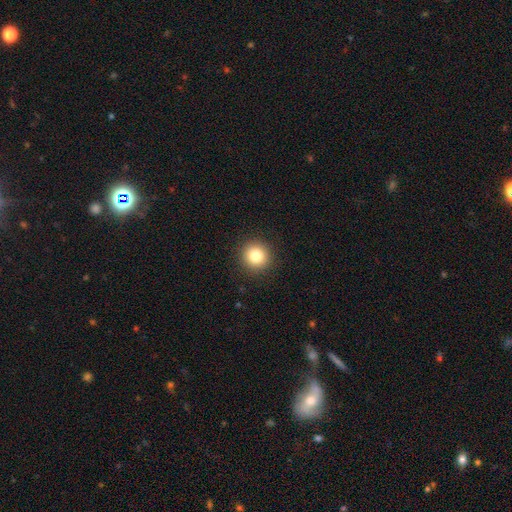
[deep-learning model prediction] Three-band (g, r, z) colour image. It shows a smooth galaxy with no disk features (82%) that is round (93%). Merging: none (92%).